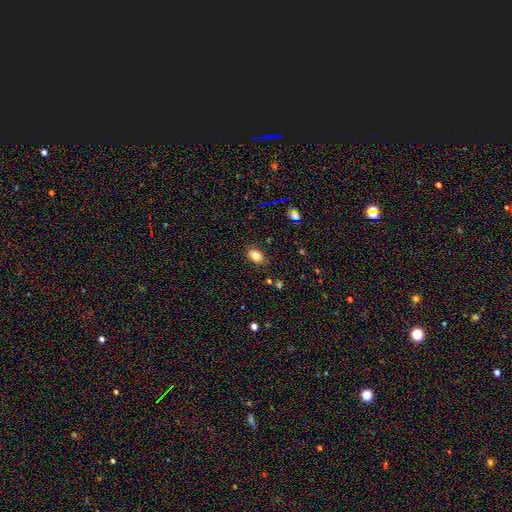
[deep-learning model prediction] A smooth galaxy with no disk features (81%) that is in between round and cigar-shaped (83%).

Vote fractions:
- Smooth or featured? smooth: 81% / star or artifact: 11% / featured or disk: 9%
- How rounded? in between: 83% / round: 16% / cigar-shaped: 2%
- Merging? none: 84% / minor disturbance: 11% / major disturbance: 3% / merger: 2%